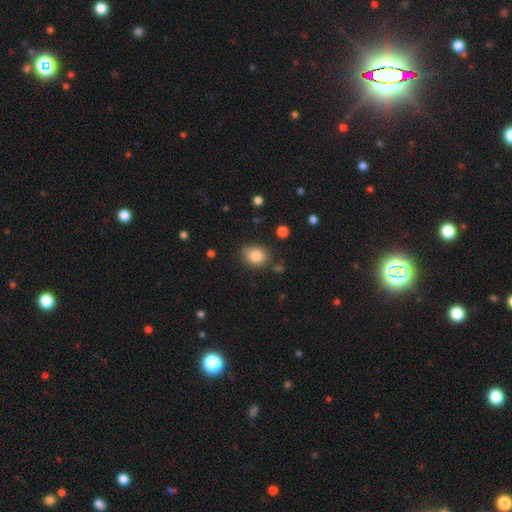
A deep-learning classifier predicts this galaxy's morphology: Smooth or featured?
  - smooth: 86% *
  - star or artifact: 9%
  - featured or disk: 5%
How rounded?
  - round: 56% *
  - in between: 43%
  - cigar-shaped: 1%
Merging?
  - none: 79% *
  - minor disturbance: 14%
  - major disturbance: 4%
  - merger: 3%